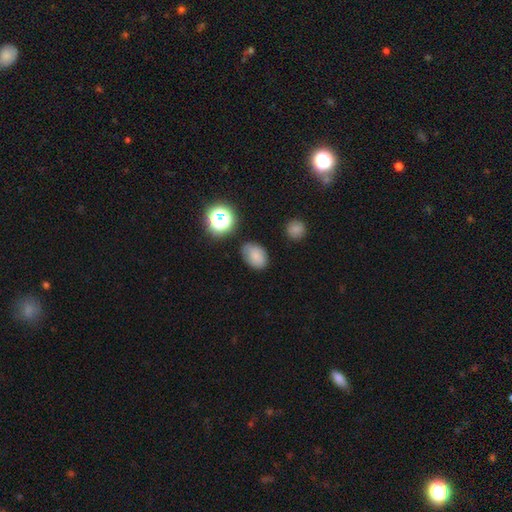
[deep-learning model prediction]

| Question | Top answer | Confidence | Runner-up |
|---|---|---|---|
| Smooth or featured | smooth | 79% | star or artifact (12%) |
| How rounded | in between | 79% | round (20%) |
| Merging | none | 72% | minor disturbance (20%) |